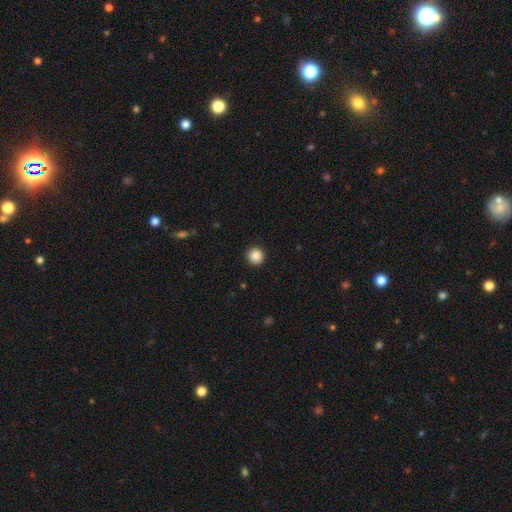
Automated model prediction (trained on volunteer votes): Smooth or featured?
  - smooth: 87% *
  - star or artifact: 10%
  - featured or disk: 3%
How rounded?
  - round: 95% *
  - in between: 4%
  - cigar-shaped: 1%
Merging?
  - none: 93% *
  - minor disturbance: 5%
  - major disturbance: 2%
  - merger: 1%